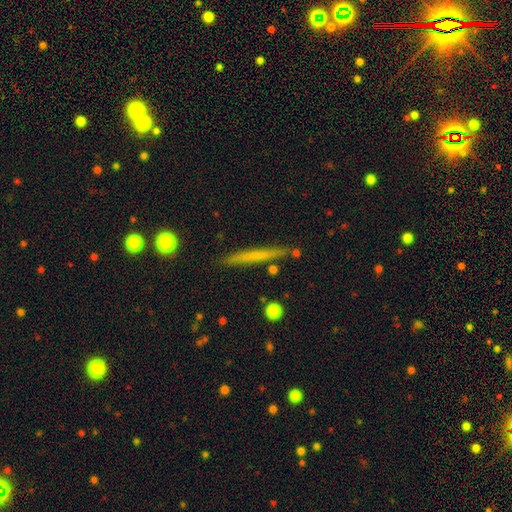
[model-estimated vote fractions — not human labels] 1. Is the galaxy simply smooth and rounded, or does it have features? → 54% smooth, 40% featured or disk, 7% star or artifact.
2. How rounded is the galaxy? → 96% cigar-shaped, 2% in between, 2% round.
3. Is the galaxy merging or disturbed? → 87% none, 9% minor disturbance, 2% merger, 2% major disturbance.